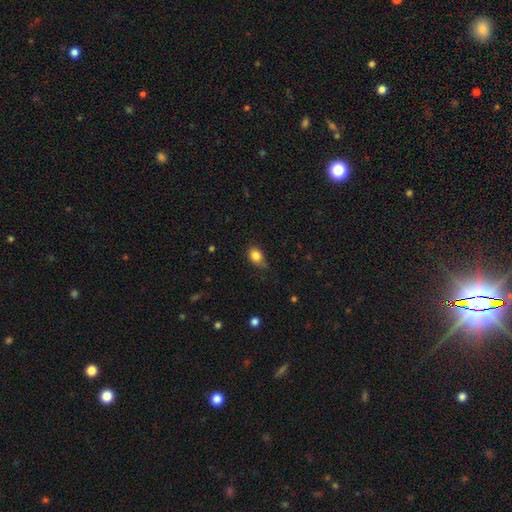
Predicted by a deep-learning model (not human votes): Smooth or featured? smooth (84%)
How rounded? in between (55%)
Merging? none (64%)